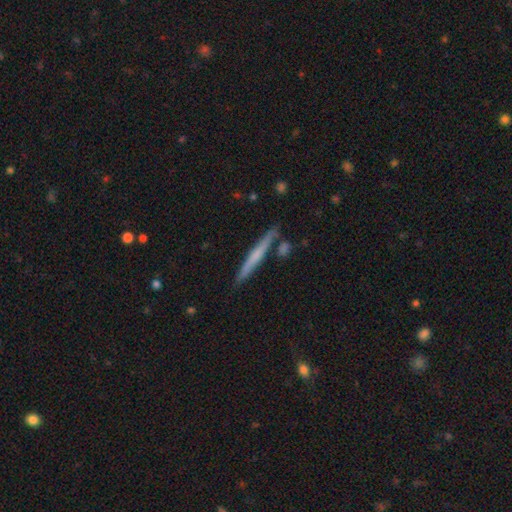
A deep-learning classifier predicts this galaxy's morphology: smooth-or-featured: featured or disk: 50% | smooth: 44% | star or artifact: 6%
  merging: none: 84% | minor disturbance: 9% | merger: 5% | major disturbance: 2%